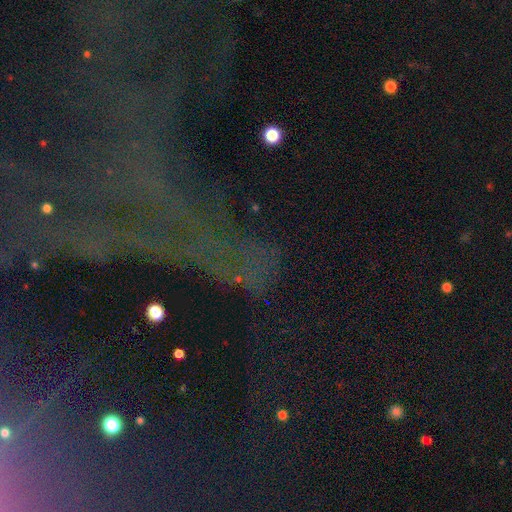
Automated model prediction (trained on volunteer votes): Q: Smooth or featured?
A: star or artifact (64%); runner-up: featured or disk (19%)